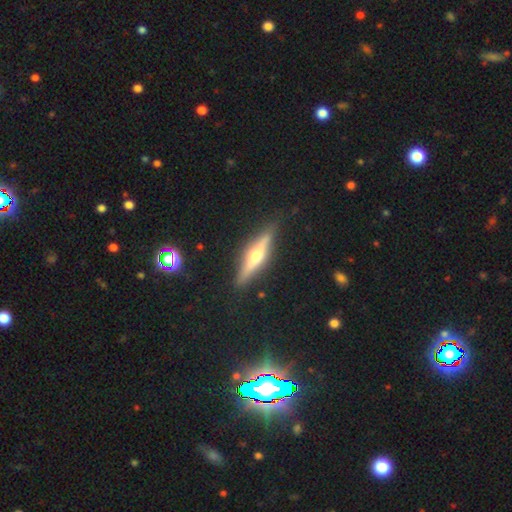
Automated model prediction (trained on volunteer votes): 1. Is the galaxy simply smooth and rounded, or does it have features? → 70% featured or disk, 23% smooth, 7% star or artifact.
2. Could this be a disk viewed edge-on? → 96% yes, 4% no.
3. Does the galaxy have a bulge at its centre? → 91% rounded, 5% boxy, 4% none.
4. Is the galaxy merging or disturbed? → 88% none, 9% minor disturbance, 2% major disturbance, 1% merger.